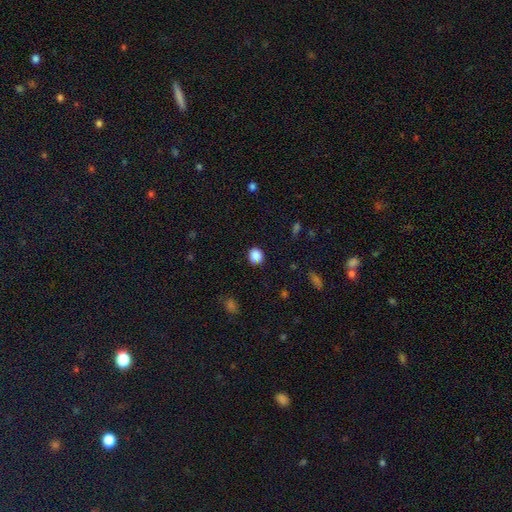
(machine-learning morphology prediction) The model was most divided on "how rounded": round: 73%, in between: 26%, cigar-shaped: 1%. More confident: smooth or featured — smooth (84%); merging — none (73%).